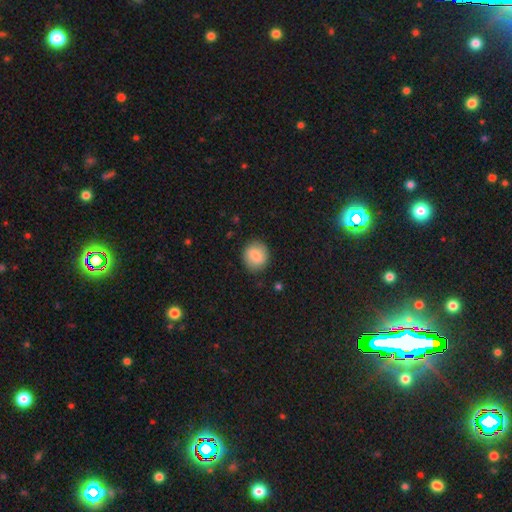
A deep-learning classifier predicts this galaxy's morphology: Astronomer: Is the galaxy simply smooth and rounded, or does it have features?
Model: smooth — 82%.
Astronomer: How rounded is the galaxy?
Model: round — 77%.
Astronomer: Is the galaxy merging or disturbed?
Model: none — 85%.